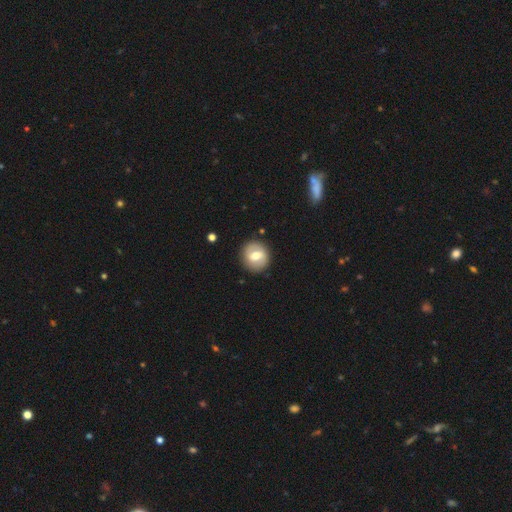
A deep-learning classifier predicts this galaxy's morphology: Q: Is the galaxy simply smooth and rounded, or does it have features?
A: smooth — 48%.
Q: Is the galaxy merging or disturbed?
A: none — 87%.